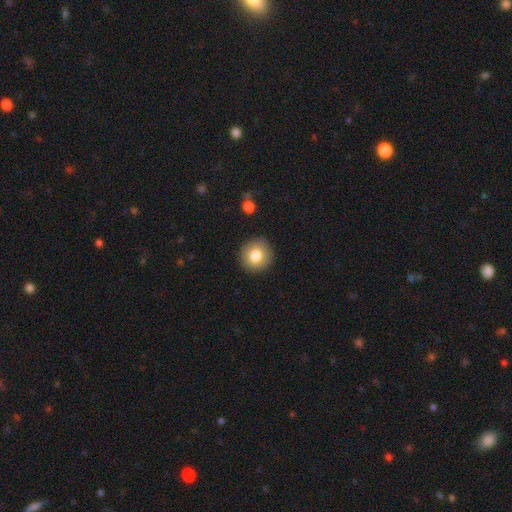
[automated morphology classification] Overall: smooth (80%). How rounded: round (93%). Merging: none (90%).